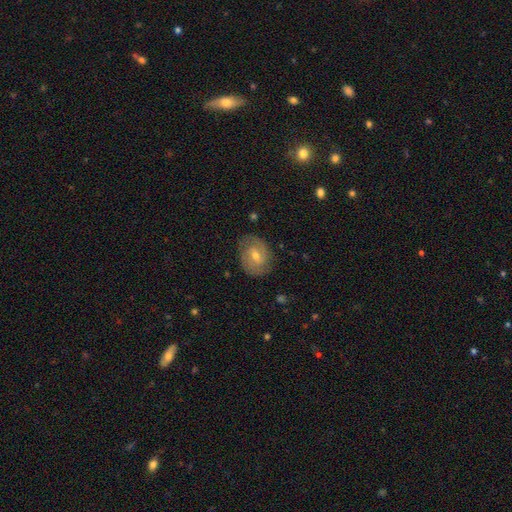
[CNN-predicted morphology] Smooth or featured? Predicted: featured or disk (p=0.70). Edge-on disk? Predicted: no (p=0.96). Bar? Predicted: weak (p=0.53). Spiral arms? Predicted: yes (p=0.88). Spiral winding? Predicted: tight (p=0.50). Spiral arm count? Predicted: 2 (p=0.78). Bulge size? Predicted: moderate (p=0.55). Merging? Predicted: none (p=0.82).